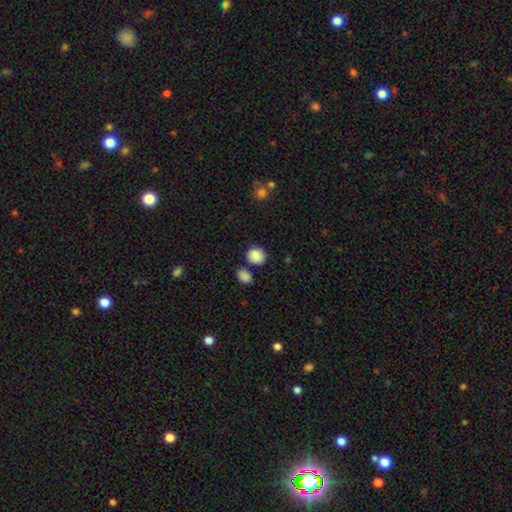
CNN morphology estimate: A smooth galaxy with no disk features (87%) that is round (71%). Merging: none (73%).